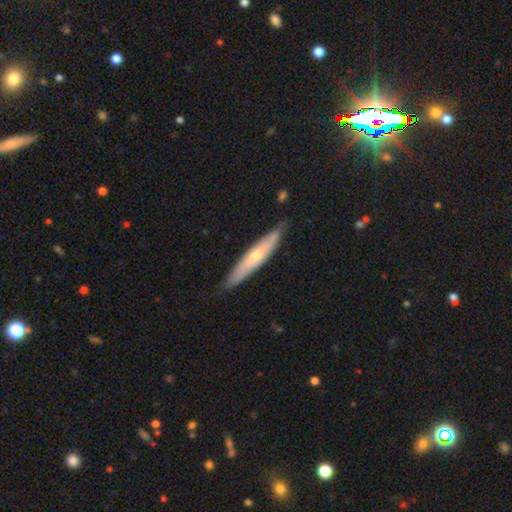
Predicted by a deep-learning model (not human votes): featured or disk 52%, smooth 43%, star or artifact 5%. Down the decision tree: edge-on disk — yes (76%); merging — none (81%).